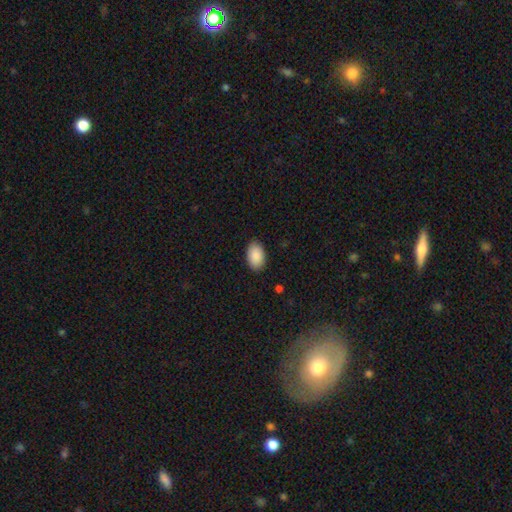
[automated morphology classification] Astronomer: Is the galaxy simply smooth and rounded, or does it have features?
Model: smooth — 90%.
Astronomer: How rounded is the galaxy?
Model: in between — 93%.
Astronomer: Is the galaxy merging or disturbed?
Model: none — 89%.